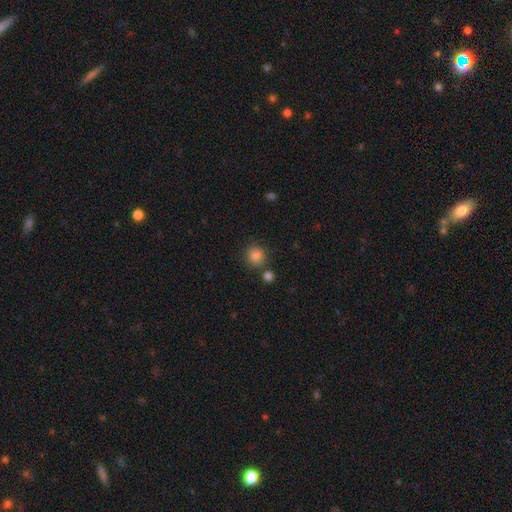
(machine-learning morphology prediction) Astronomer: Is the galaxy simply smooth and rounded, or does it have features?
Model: smooth — 85%.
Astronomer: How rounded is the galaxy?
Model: round — 89%.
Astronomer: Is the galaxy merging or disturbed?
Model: none — 77%.